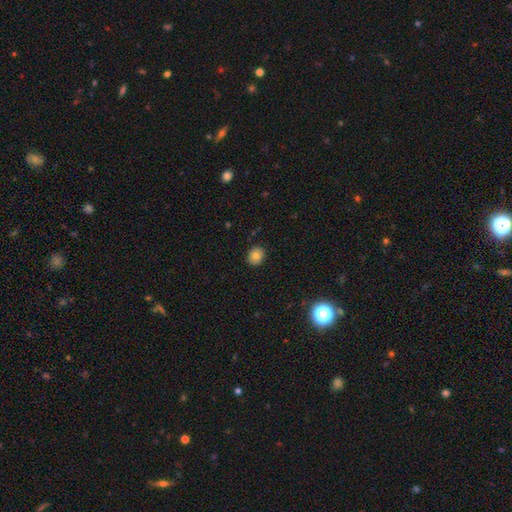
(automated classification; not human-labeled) smooth 80%, star or artifact 11%, featured or disk 9%. Down the decision tree: how rounded — round (69%); merging — none (89%).